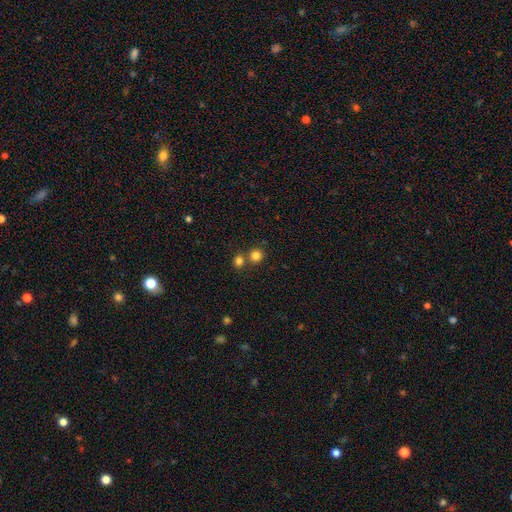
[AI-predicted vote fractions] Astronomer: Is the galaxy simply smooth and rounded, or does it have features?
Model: smooth — 82%.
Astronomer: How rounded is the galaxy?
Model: round — 90%.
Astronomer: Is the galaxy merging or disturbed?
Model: none — 63%.